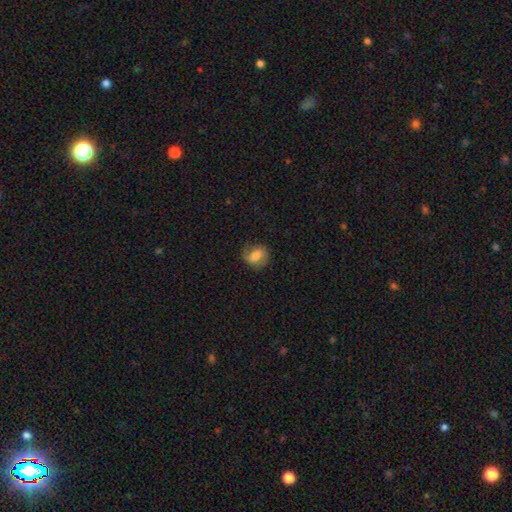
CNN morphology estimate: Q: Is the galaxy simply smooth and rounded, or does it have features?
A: smooth — 63%.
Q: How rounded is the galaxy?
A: round — 52%.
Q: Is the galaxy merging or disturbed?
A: none — 76%.